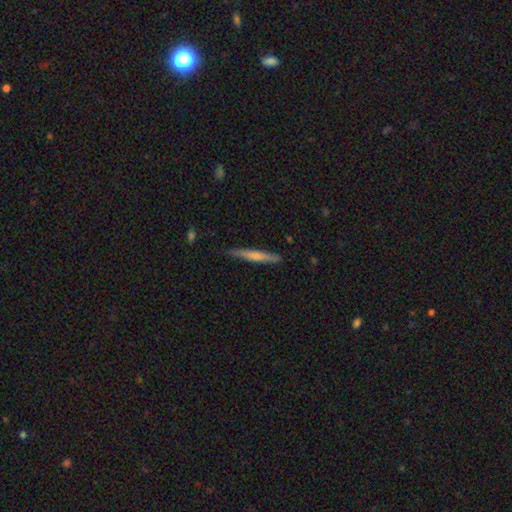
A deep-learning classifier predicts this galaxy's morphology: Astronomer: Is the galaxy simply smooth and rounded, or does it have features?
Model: smooth — 58% (runner-up: featured or disk, 36%).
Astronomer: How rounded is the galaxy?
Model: cigar-shaped — 95%.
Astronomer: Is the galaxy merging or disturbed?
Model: none — 85%.